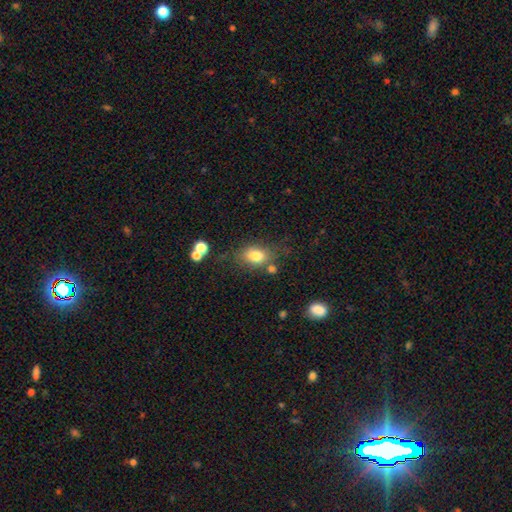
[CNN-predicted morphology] Q: Smooth or featured?
A: smooth (79%); runner-up: star or artifact (10%)
Q: How rounded?
A: in between (70%); runner-up: round (28%)
Q: Merging?
A: none (67%); runner-up: minor disturbance (17%)